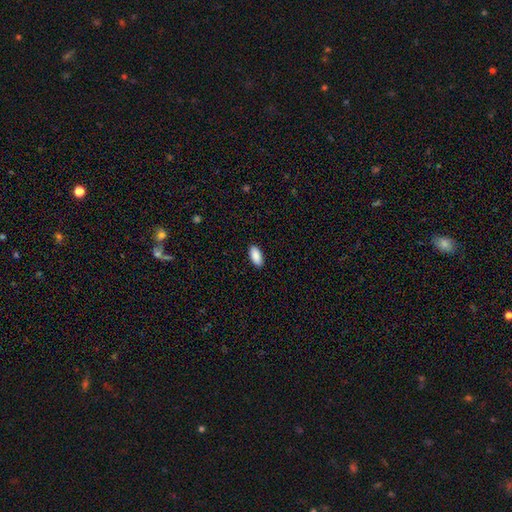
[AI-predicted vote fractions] A smooth galaxy with no disk features (90%) that is in between round and cigar-shaped (90%).

Vote fractions:
- Smooth or featured? smooth: 90% / star or artifact: 6% / featured or disk: 4%
- How rounded? in between: 90% / cigar-shaped: 8% / round: 2%
- Merging? none: 89% / minor disturbance: 8% / major disturbance: 2% / merger: 1%